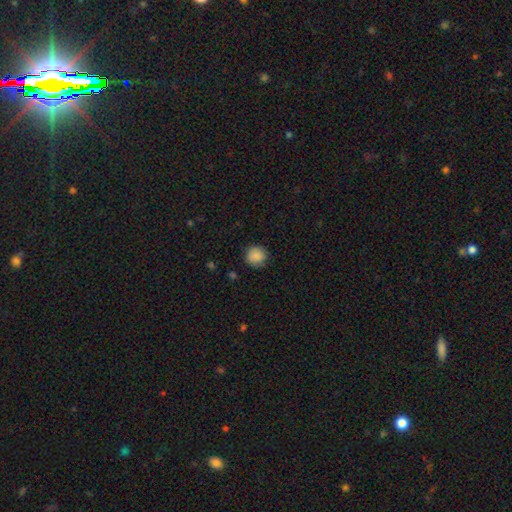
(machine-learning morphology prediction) The model was most divided on "merging": none: 85%, minor disturbance: 11%, major disturbance: 3%, merger: 1%. More confident: how rounded — round (92%); smooth or featured — smooth (87%).